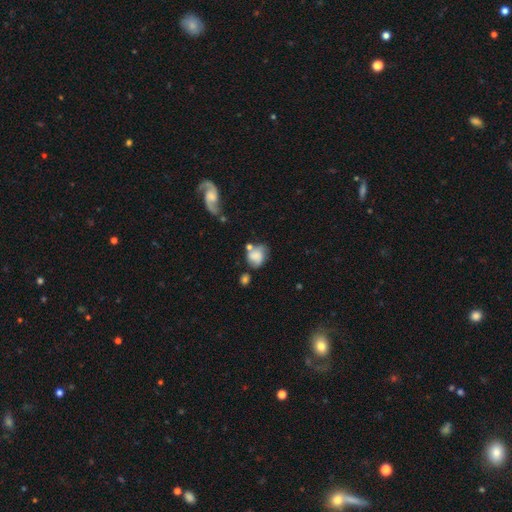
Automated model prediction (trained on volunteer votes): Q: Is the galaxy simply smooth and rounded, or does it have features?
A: smooth — 56%.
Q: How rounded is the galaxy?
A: in between — 50%.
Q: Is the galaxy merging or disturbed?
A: none — 39%.